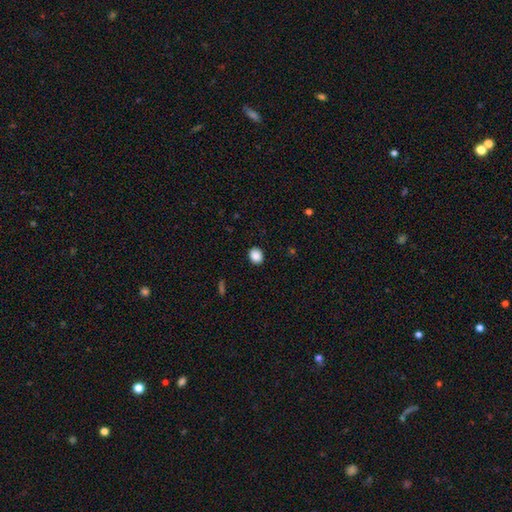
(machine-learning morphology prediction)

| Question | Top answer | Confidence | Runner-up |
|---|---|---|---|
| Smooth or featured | smooth | 89% | star or artifact (9%) |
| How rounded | round | 55% | in between (45%) |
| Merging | none | 90% | minor disturbance (7%) |